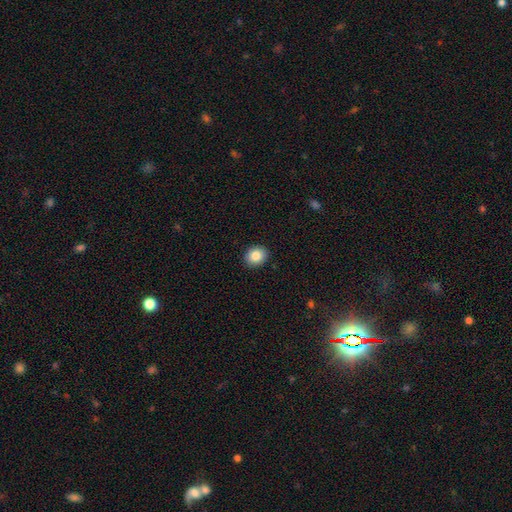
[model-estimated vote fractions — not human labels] smooth_or_featured: smooth (p=0.86) [alt: star or artifact p=0.09]
how_rounded: round (p=0.62) [alt: in between p=0.37]
merging: none (p=0.91) [alt: minor disturbance p=0.06]